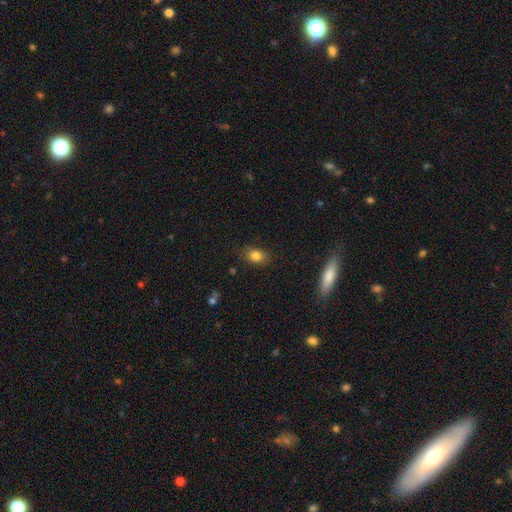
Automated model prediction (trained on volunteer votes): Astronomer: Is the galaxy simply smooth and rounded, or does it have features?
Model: smooth — 83%.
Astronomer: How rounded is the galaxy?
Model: in between — 71%.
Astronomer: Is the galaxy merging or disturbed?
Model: none — 78%.